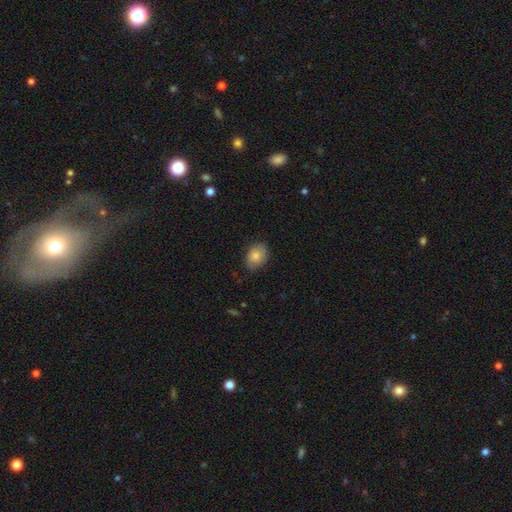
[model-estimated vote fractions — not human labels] A smooth galaxy with no disk features (83%) that is in between round and cigar-shaped (75%). Merging: none (77%).